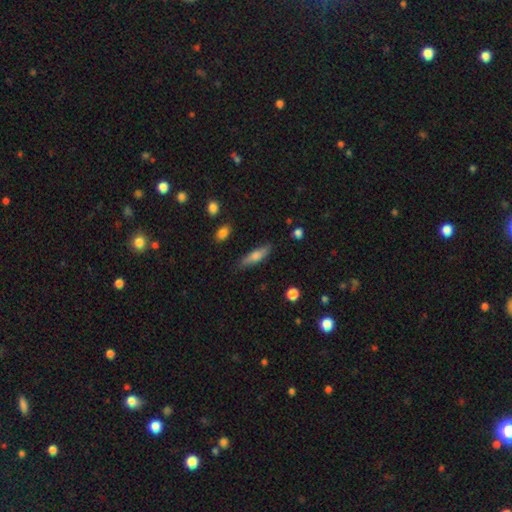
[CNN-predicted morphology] This appears to be a smooth galaxy with no disk features (66%) that is cigar-shaped (68%). Merging: none (83%).